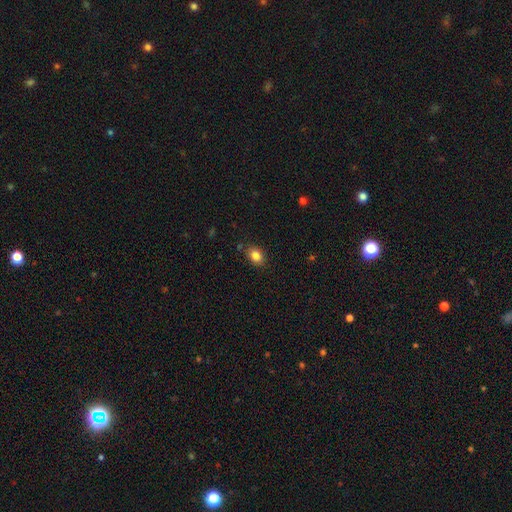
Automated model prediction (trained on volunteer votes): The model was most divided on "how rounded": in between: 68%, round: 31%, cigar-shaped: 1%. More confident: smooth or featured — smooth (83%); merging — none (83%).